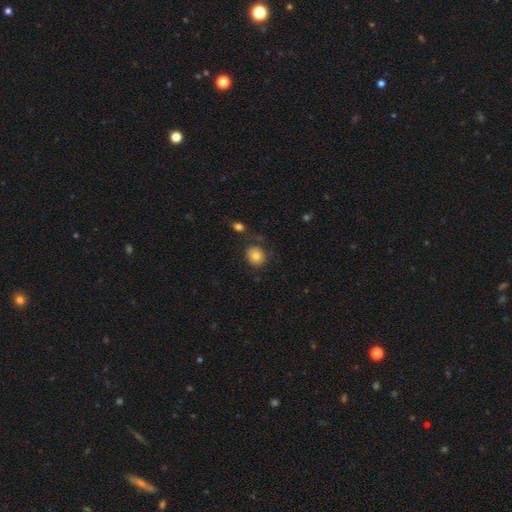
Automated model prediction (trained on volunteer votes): smooth_or_featured: smooth (p=0.80) [alt: featured or disk p=0.11]
how_rounded: round (p=0.75) [alt: in between p=0.24]
merging: none (p=0.76) [alt: minor disturbance p=0.14]